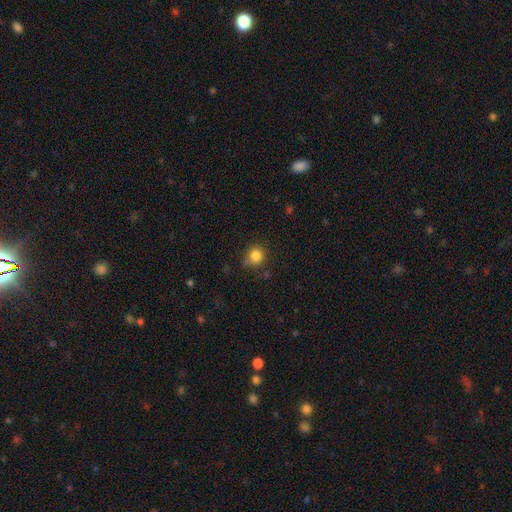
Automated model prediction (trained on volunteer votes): The model was most divided on "merging": none: 74%, minor disturbance: 18%, major disturbance: 5%, merger: 4%. More confident: how rounded — round (86%); smooth or featured — smooth (84%).